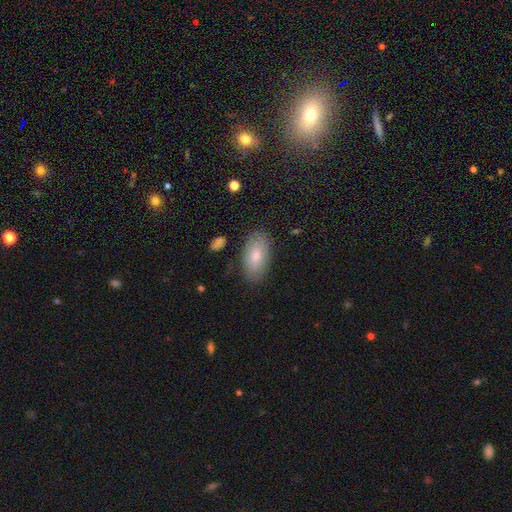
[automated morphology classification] type=smooth (71%); roundness=in between (94%); merging=none (84%).